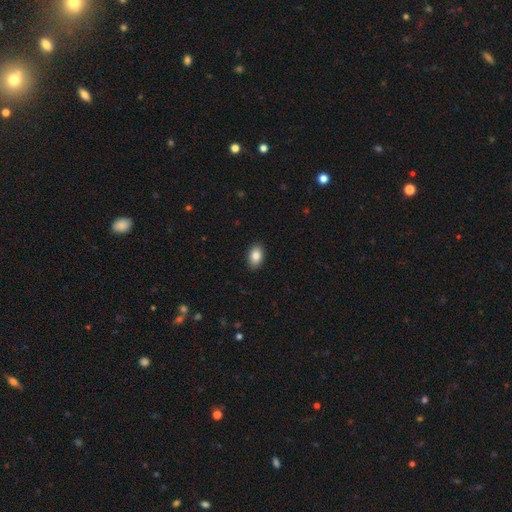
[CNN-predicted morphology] Overall: smooth (85%). How rounded: in between (88%). Merging: none (90%).